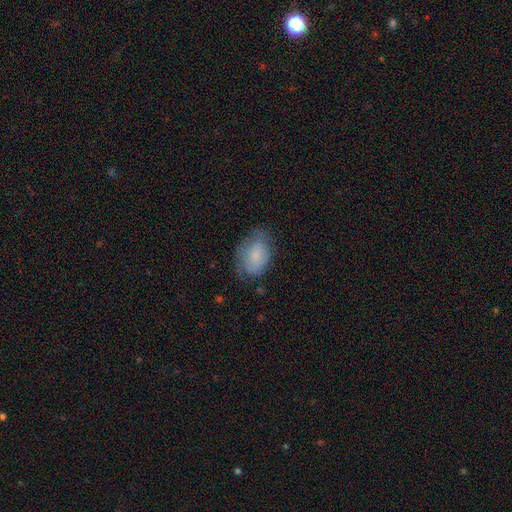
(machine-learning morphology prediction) A smooth galaxy with no disk features (71%) that is in between round and cigar-shaped (88%). Merging: none (60%).